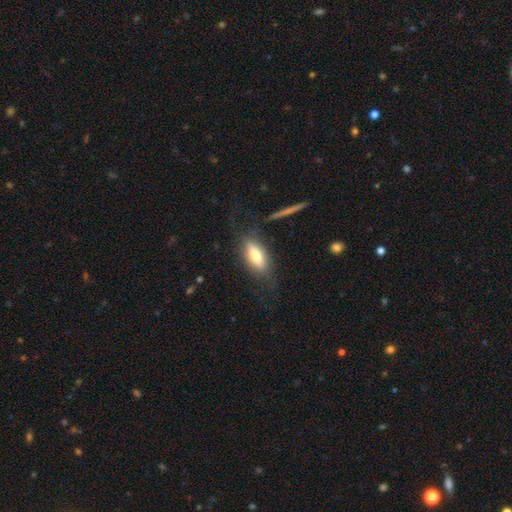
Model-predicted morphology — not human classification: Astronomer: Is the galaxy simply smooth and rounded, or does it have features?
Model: smooth — 63%.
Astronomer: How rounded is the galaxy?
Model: in between — 68%.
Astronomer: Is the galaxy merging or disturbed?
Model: none — 69%.